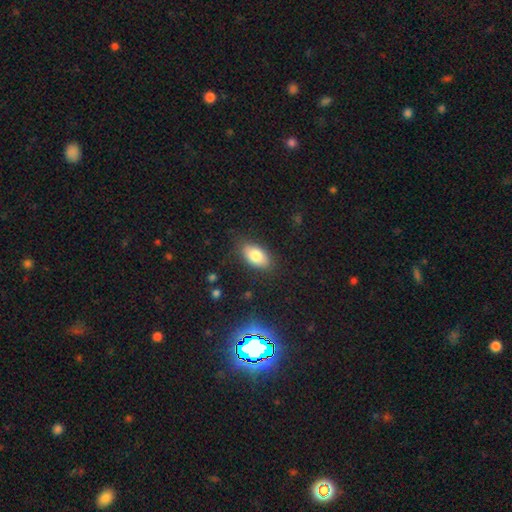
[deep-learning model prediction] This is clearly a smooth galaxy (81%). How rounded: clearly in between (92%). Merging: clearly none (82%).